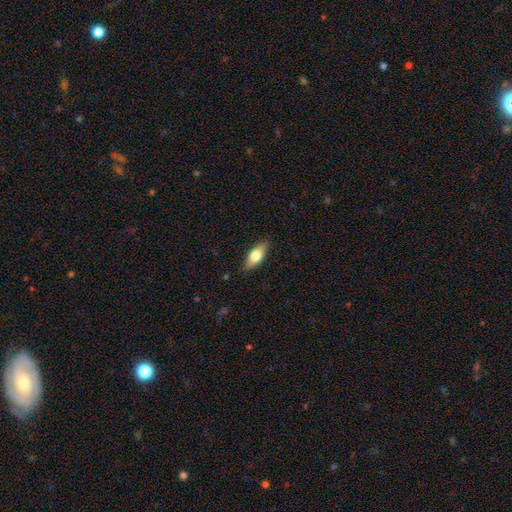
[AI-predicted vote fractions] Q: Smooth or featured?
A: smooth (68%); runner-up: featured or disk (26%)
Q: How rounded?
A: in between (76%); runner-up: cigar-shaped (21%)
Q: Merging?
A: none (86%); runner-up: minor disturbance (11%)